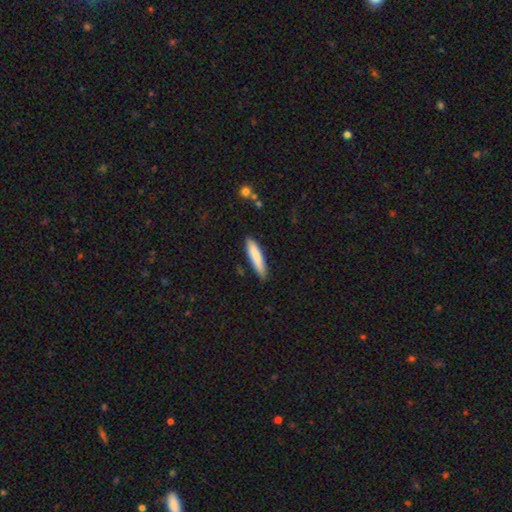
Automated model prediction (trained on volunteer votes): Smooth or featured? smooth (83%)
How rounded? cigar-shaped (82%)
Merging? none (86%)